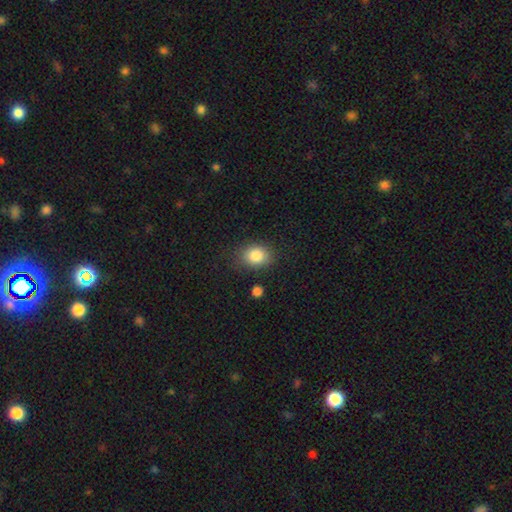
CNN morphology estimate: smooth_or_featured: smooth (p=0.84) [alt: star or artifact p=0.09]
how_rounded: in between (p=0.54) [alt: round p=0.45]
merging: none (p=0.79) [alt: minor disturbance p=0.14]